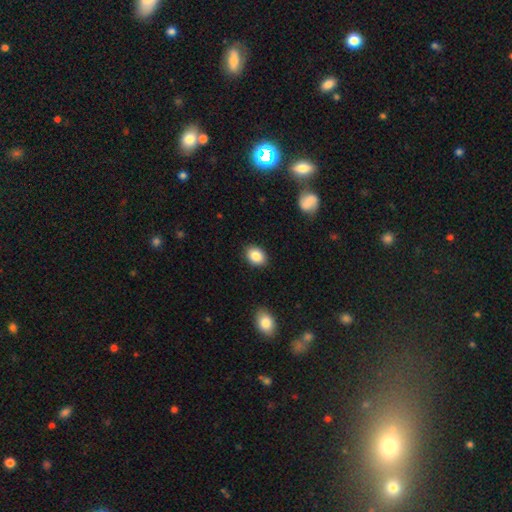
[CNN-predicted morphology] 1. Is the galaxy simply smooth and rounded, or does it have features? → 86% smooth, 8% star or artifact, 6% featured or disk.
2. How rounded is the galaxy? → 71% in between, 28% round, 1% cigar-shaped.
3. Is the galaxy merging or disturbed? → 87% none, 10% minor disturbance, 2% major disturbance, 1% merger.